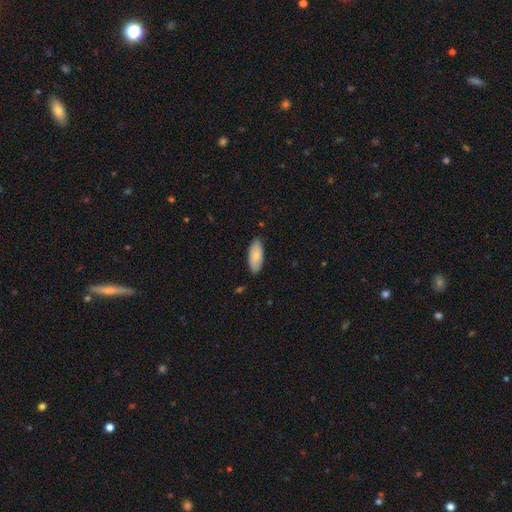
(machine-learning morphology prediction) type=smooth (81%); roundness=in between (86%); merging=none (85%).